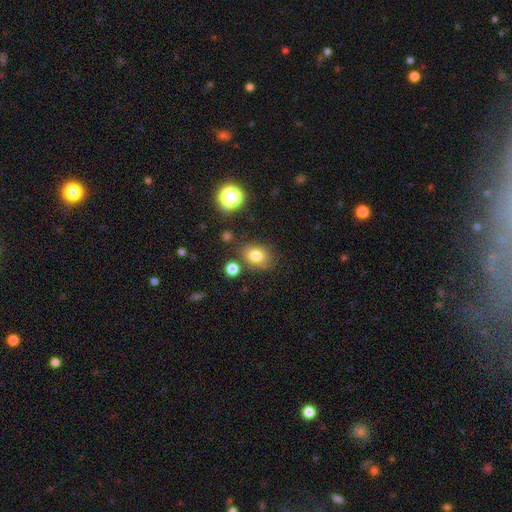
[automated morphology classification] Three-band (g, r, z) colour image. It shows a smooth galaxy with no disk features (79%) that is in between round and cigar-shaped (63%). Merging: none (75%).